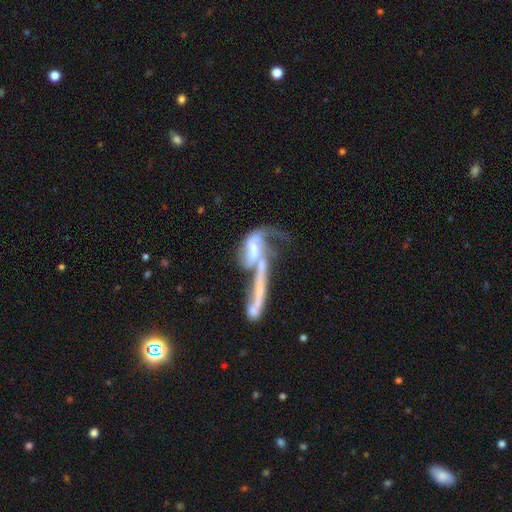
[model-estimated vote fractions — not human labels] smooth-or-featured: featured or disk: 68% | smooth: 19% | star or artifact: 13%
  disk-edge-on: no: 73% | yes: 27%
    bar: no: 64% | weak: 22% | strong: 15%
    has-spiral-arms: yes: 55% | no: 45%
    bulge-size: none: 32% (tied) | small: 32% (tied) | moderate: 28% | large: 5% | dominant: 3%
  merging: merger: 61% | major disturbance: 21% | none: 12% | minor disturbance: 7%